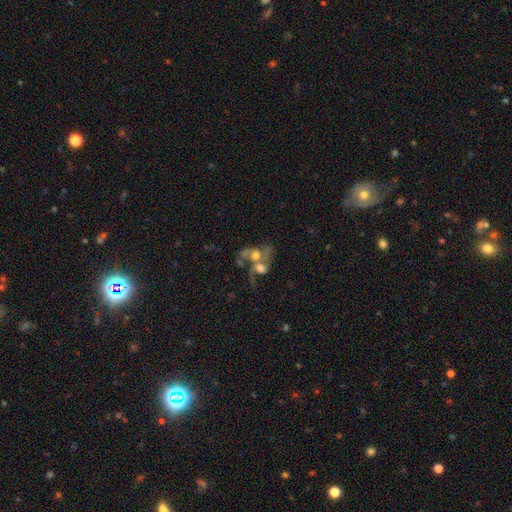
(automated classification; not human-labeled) smooth_or_featured: featured or disk (p=0.56) [alt: smooth p=0.33]
disk_edge_on: no (p=0.96) [alt: yes p=0.04]
bar: no (p=0.78) [alt: weak p=0.18]
has_spiral_arms: yes (p=0.59) [alt: no p=0.41]
bulge_size: moderate (p=0.49) [alt: large p=0.27]
merging: merger (p=0.70) [alt: major disturbance p=0.13]